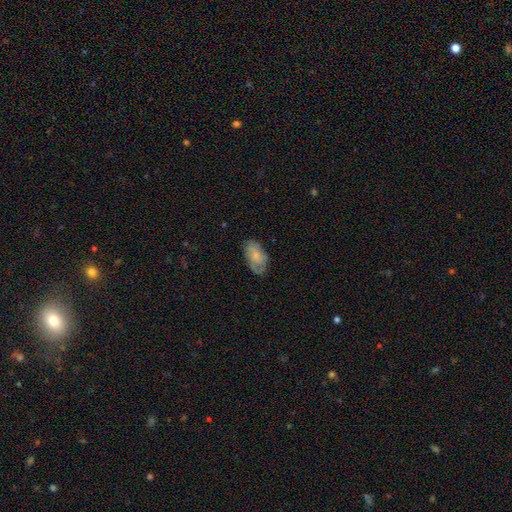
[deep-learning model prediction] Smooth or featured: smooth — 57% (featured or disk — 36%)
How rounded: in between — 93% (round — 5%)
Merging: none — 68% (minor disturbance — 23%)